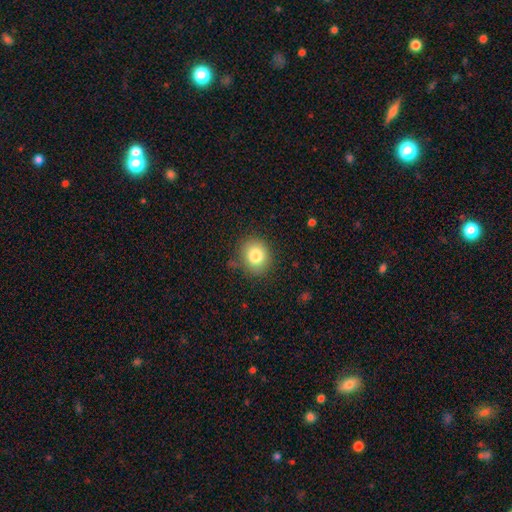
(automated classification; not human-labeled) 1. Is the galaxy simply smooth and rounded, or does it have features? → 82% smooth, 10% star or artifact, 8% featured or disk.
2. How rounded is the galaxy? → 70% round, 29% in between, 1% cigar-shaped.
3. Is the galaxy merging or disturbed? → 82% none, 13% minor disturbance, 4% major disturbance, 2% merger.